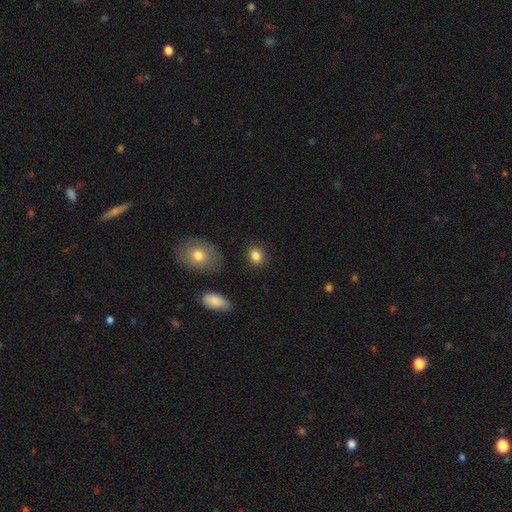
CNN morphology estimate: Smooth or featured?
  - smooth: 85% *
  - star or artifact: 10%
  - featured or disk: 5%
How rounded?
  - round: 66% *
  - in between: 33%
  - cigar-shaped: 1%
Merging?
  - none: 86% *
  - minor disturbance: 9%
  - major disturbance: 3%
  - merger: 2%